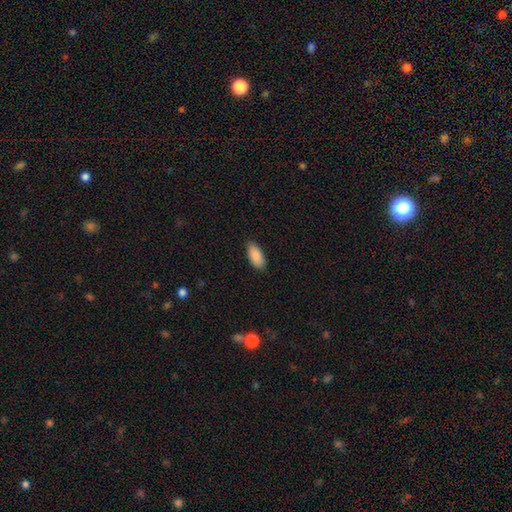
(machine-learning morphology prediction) A smooth galaxy with no disk features (89%) that is in between round and cigar-shaped (90%).

Vote fractions:
- Smooth or featured? smooth: 89% / star or artifact: 6% / featured or disk: 4%
- How rounded? in between: 90% / cigar-shaped: 8% / round: 2%
- Merging? none: 84% / minor disturbance: 13% / major disturbance: 2% / merger: 1%